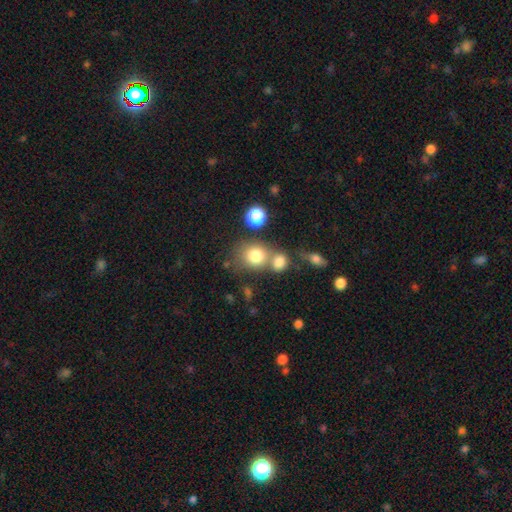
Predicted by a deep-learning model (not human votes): The model was most divided on "merging": none: 48%, merger: 36%, minor disturbance: 11%, major disturbance: 5%. More confident: smooth or featured — smooth (78%); how rounded — round (73%).